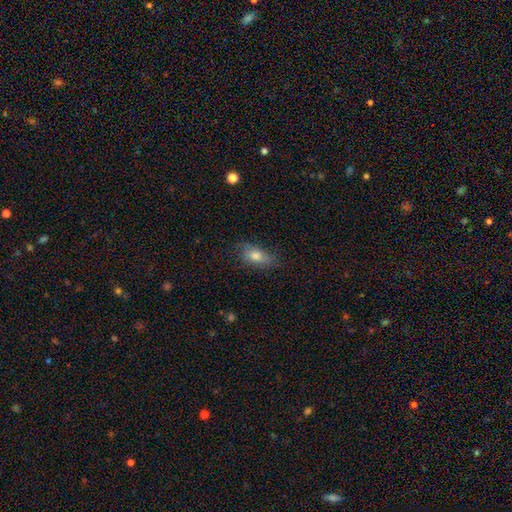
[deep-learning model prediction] Smooth or featured? smooth (71%)
How rounded? in between (81%)
Merging? none (69%)